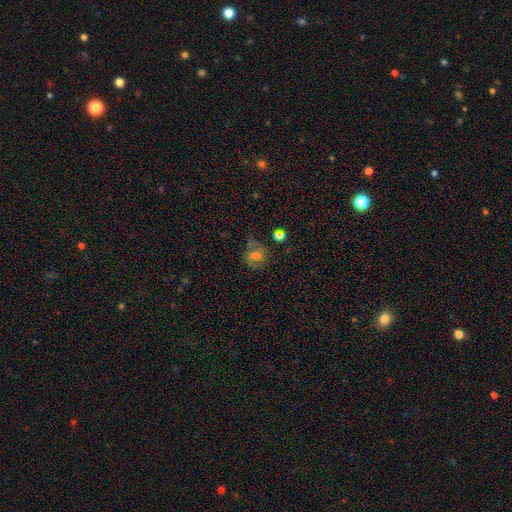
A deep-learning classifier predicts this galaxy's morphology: The model was most divided on "smooth or featured": smooth: 60%, featured or disk: 28%, star or artifact: 12%. More confident: how rounded — round (68%); merging — none (57%).